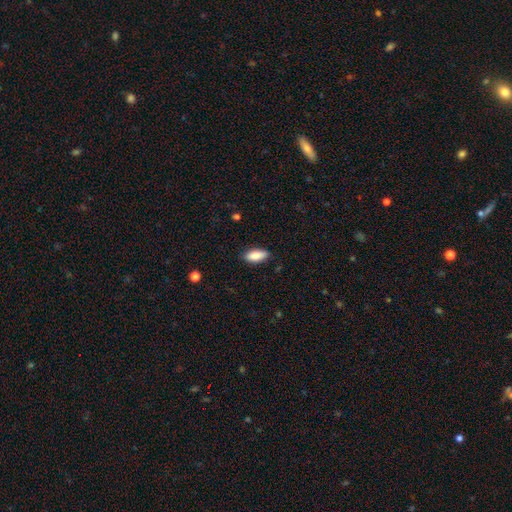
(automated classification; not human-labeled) Overall: smooth (88%). How rounded: in between (84%). Merging: none (85%).